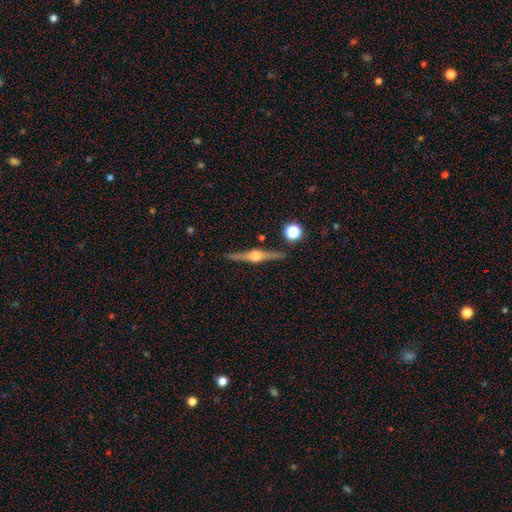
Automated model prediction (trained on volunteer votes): Morphology: type=featured or disk (85%); edge-on=yes (98%); edge-on bulge=rounded (92%); merging=none (90%).